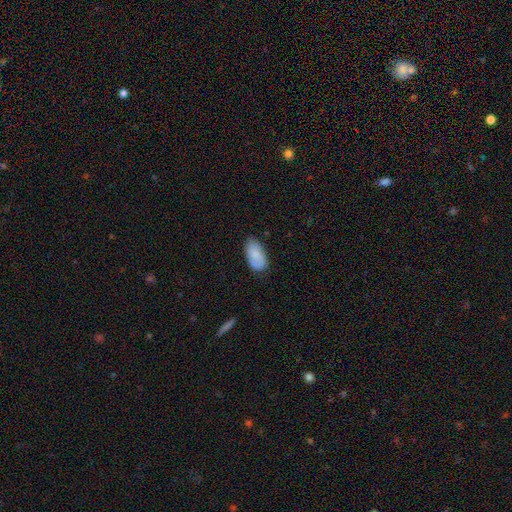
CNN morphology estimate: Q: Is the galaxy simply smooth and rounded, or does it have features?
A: smooth — 77%.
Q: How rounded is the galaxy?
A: in between — 94%.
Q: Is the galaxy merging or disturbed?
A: none — 72%.